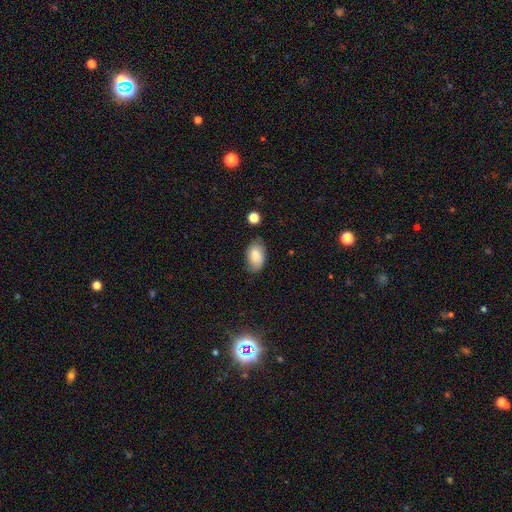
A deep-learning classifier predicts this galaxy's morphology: Q: Smooth or featured?
A: smooth (79%); runner-up: featured or disk (14%)
Q: How rounded?
A: in between (92%); runner-up: round (7%)
Q: Merging?
A: none (72%); runner-up: minor disturbance (21%)